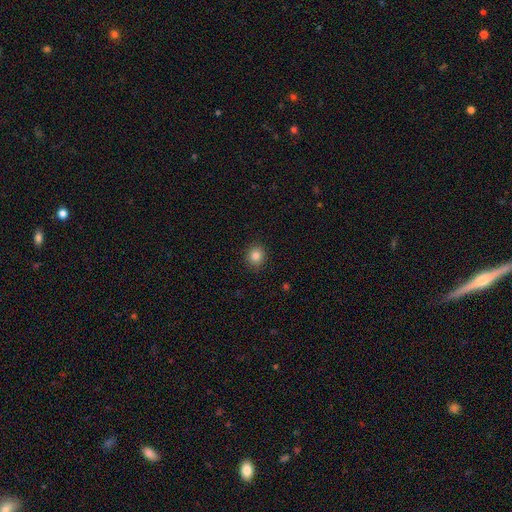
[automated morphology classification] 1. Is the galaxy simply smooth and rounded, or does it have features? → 84% smooth, 11% star or artifact, 5% featured or disk.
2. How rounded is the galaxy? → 81% round, 18% in between, 1% cigar-shaped.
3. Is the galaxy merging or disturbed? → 90% none, 7% minor disturbance, 2% major disturbance, 1% merger.